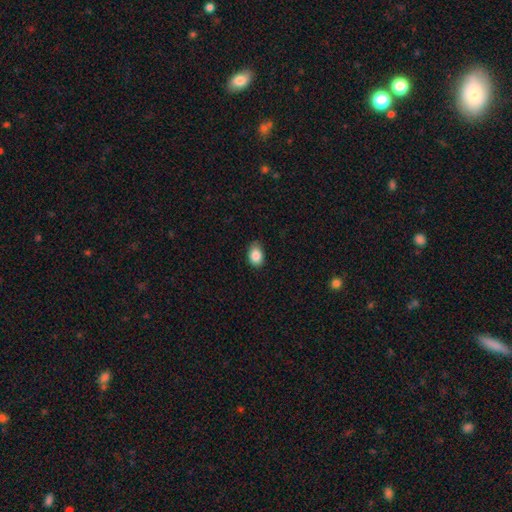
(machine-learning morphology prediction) smooth_or_featured: smooth (p=0.87) [alt: star or artifact p=0.08]
how_rounded: in between (p=0.76) [alt: round p=0.22]
merging: none (p=0.77) [alt: minor disturbance p=0.20]